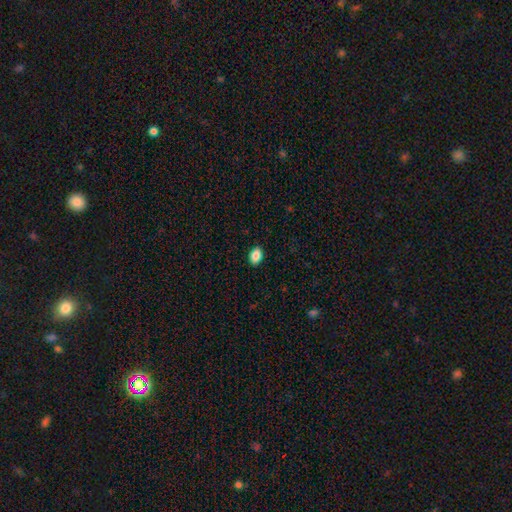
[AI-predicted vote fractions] smooth 87%, star or artifact 8%, featured or disk 4%. Down the decision tree: how rounded — in between (76%); merging — none (90%).